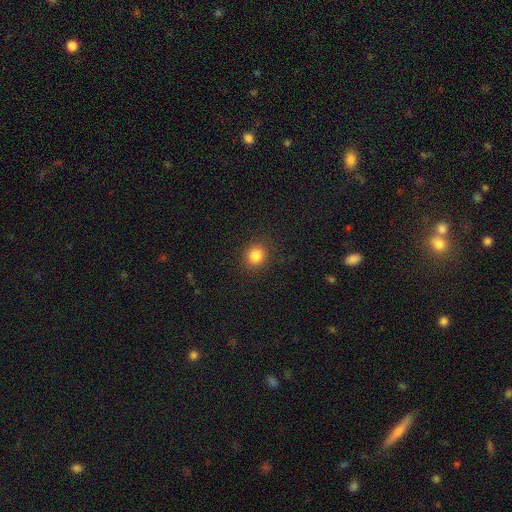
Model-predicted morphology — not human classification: smooth 84%, star or artifact 12%, featured or disk 5%. Down the decision tree: how rounded — round (84%); merging — none (90%).